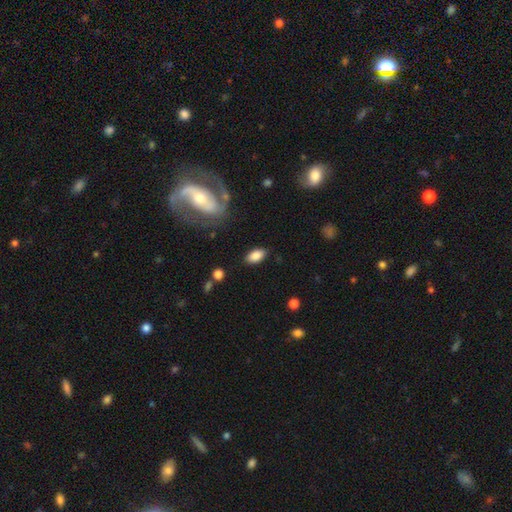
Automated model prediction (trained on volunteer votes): Smooth or featured?
  - smooth: 85% *
  - featured or disk: 8%
  - star or artifact: 7%
How rounded?
  - in between: 92% *
  - round: 4%
  - cigar-shaped: 4%
Merging?
  - none: 85% *
  - minor disturbance: 10%
  - major disturbance: 3%
  - merger: 2%